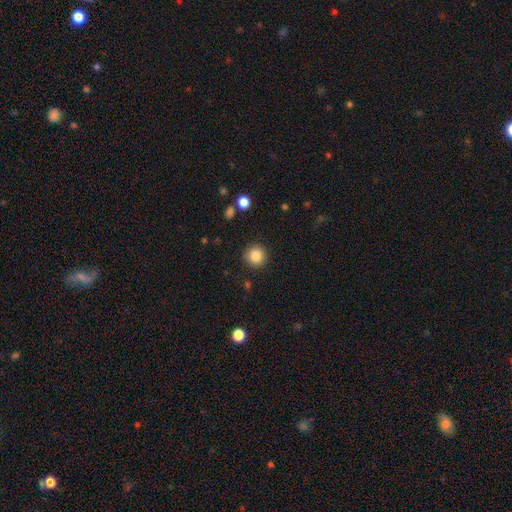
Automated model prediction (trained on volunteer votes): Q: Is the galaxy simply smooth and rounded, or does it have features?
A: smooth — 85%.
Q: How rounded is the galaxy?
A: round — 94%.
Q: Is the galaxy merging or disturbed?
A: none — 90%.